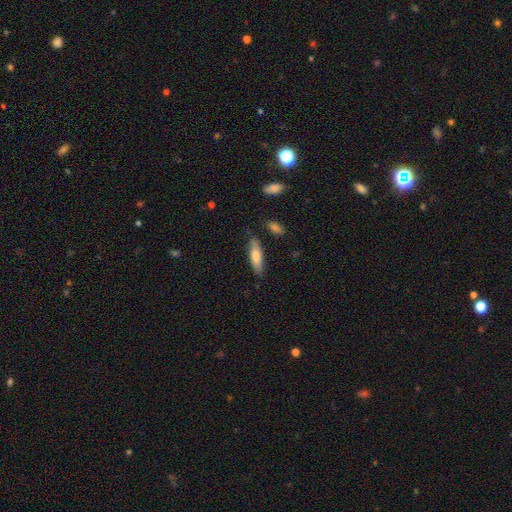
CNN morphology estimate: smooth_or_featured: smooth (p=0.74) [alt: featured or disk p=0.20]
how_rounded: cigar-shaped (p=0.55) [alt: in between p=0.43]
merging: none (p=0.77) [alt: minor disturbance p=0.17]